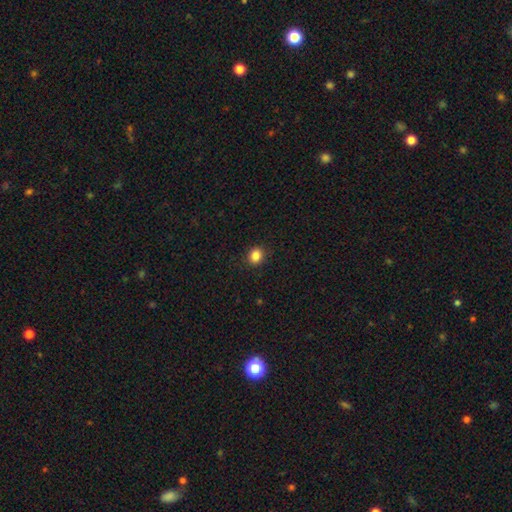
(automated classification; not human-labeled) This appears to be a smooth galaxy with no disk features (86%) that is round (66%). Merging: none (90%).